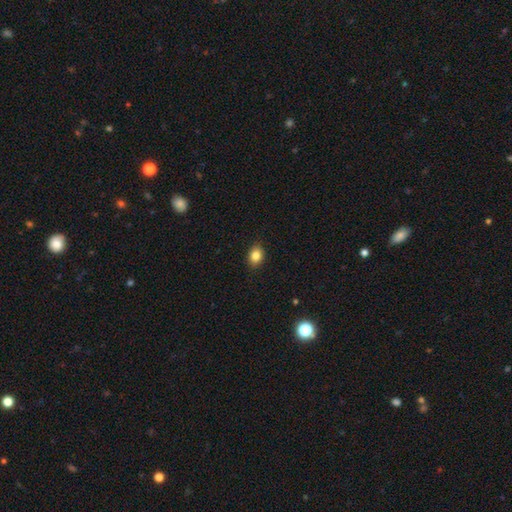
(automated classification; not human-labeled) A smooth galaxy with no disk features (84%) that is in between round and cigar-shaped (63%).

Vote fractions:
- Smooth or featured? smooth: 84% / star or artifact: 10% / featured or disk: 6%
- How rounded? in between: 63% / round: 36% / cigar-shaped: 1%
- Merging? none: 89% / minor disturbance: 8% / major disturbance: 2% / merger: 1%